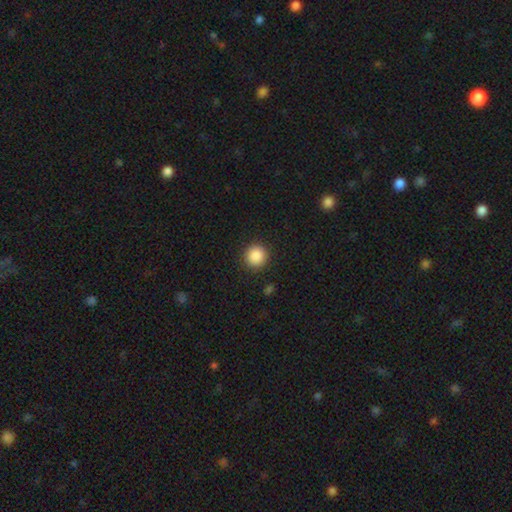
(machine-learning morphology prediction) A smooth galaxy with no disk features (88%) that is round (94%).

Vote fractions:
- Smooth or featured? smooth: 88% / star or artifact: 9% / featured or disk: 3%
- How rounded? round: 94% / in between: 5% / cigar-shaped: 1%
- Merging? none: 92% / minor disturbance: 5% / major disturbance: 2% / merger: 1%